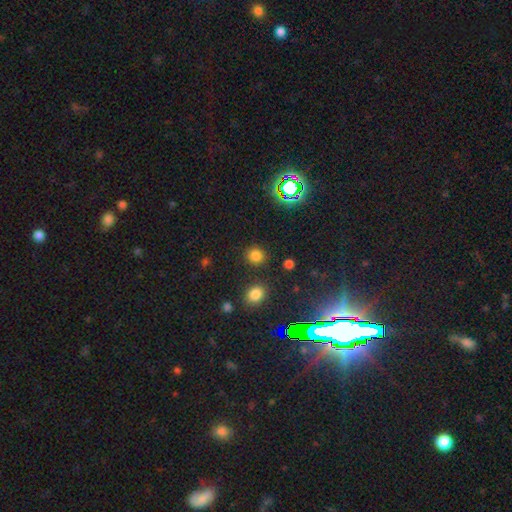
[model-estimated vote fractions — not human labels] A smooth galaxy with no disk features (77%) that is round (85%). Merging: none (86%).